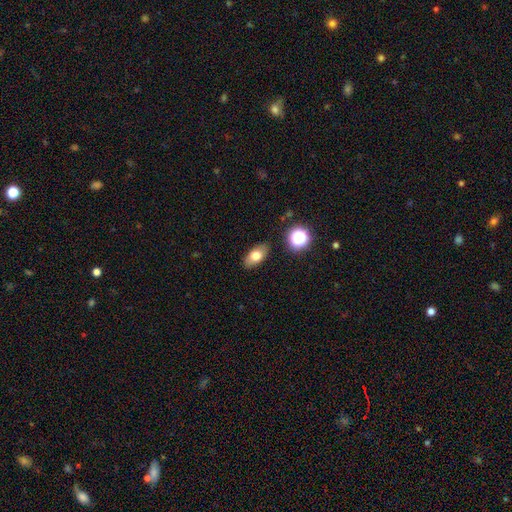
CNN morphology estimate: smooth-or-featured: smooth: 76% | featured or disk: 15% | star or artifact: 10%
  how-rounded: in between: 88% | round: 8% | cigar-shaped: 4%
  merging: none: 86% | minor disturbance: 10% | major disturbance: 2% | merger: 2%